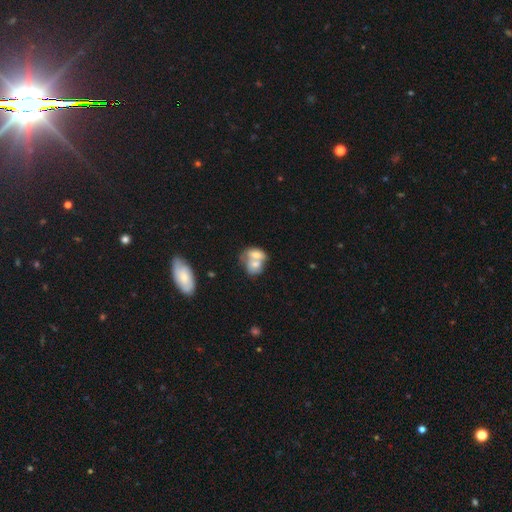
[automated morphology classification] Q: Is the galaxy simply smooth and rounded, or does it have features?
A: smooth — 60%.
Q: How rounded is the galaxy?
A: in between — 71%.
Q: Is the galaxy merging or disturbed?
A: merger — 73%.